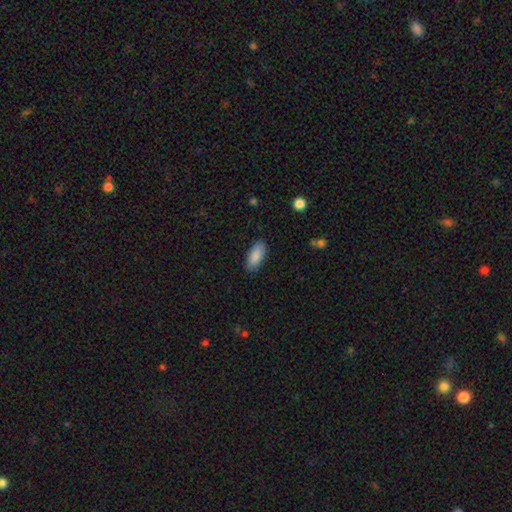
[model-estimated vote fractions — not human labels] smooth_or_featured: smooth (p=0.88) [alt: star or artifact p=0.06]
how_rounded: in between (p=0.85) [alt: cigar-shaped p=0.13]
merging: none (p=0.87) [alt: minor disturbance p=0.10]